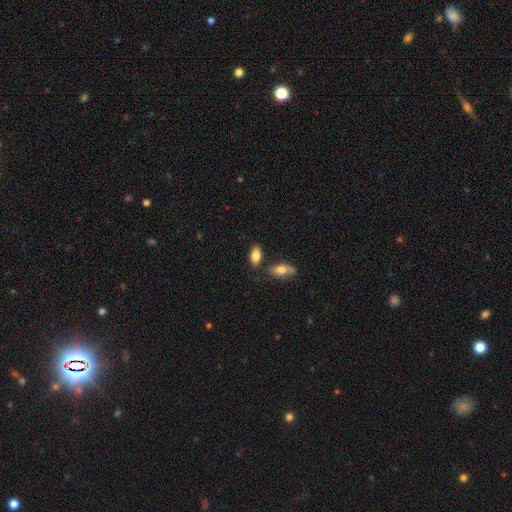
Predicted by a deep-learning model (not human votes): Smooth or featured: smooth — 81% (featured or disk — 12%)
How rounded: in between — 89% (cigar-shaped — 7%)
Merging: none — 74% (minor disturbance — 12%)